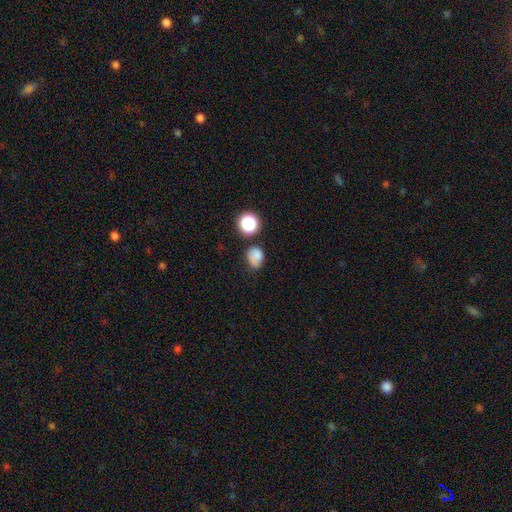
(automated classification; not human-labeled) A smooth galaxy with no disk features (79%) that is in between round and cigar-shaped (51%).

Vote fractions:
- Smooth or featured? smooth: 79% / star or artifact: 14% / featured or disk: 8%
- How rounded? in between: 51% / round: 48% / cigar-shaped: 1%
- Merging? none: 56% / minor disturbance: 28% / merger: 8% / major disturbance: 8%